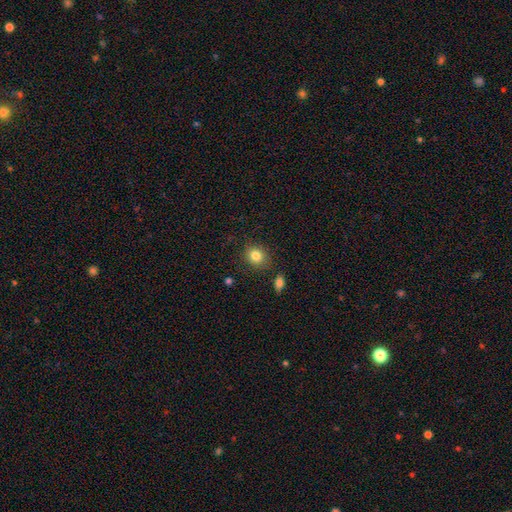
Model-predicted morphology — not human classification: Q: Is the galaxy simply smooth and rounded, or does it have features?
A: smooth — 83%.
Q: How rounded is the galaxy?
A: round — 73%.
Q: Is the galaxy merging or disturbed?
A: none — 84%.